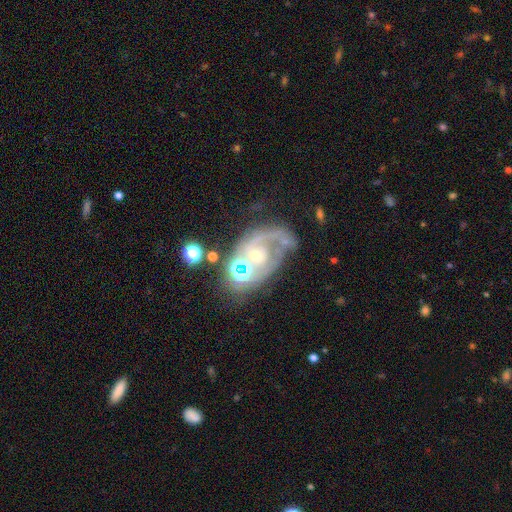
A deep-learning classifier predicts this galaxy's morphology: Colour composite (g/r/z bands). It shows a featured or disk galaxy (76%) with no bar (69%), 2 (39%) medium (41%, tied with tight) spiral arms (84%) and a small central bulge (53%). Merging: none (42%).